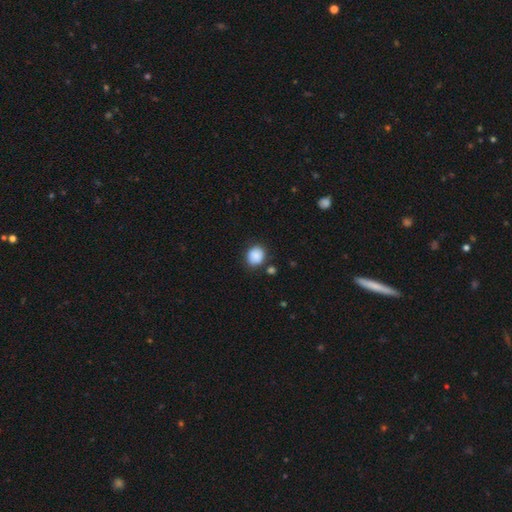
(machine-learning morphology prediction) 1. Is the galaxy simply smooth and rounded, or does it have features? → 88% smooth, 8% star or artifact, 4% featured or disk.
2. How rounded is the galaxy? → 72% round, 28% in between, 1% cigar-shaped.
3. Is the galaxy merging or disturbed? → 79% none, 13% minor disturbance, 4% merger, 4% major disturbance.